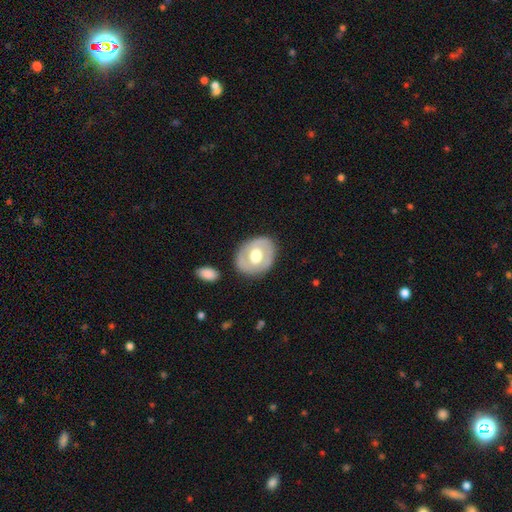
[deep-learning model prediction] The model was most divided on "smooth or featured": featured or disk: 51%, smooth: 44%, star or artifact: 5%. More confident: edge-on disk — no (94%); merging — none (81%).